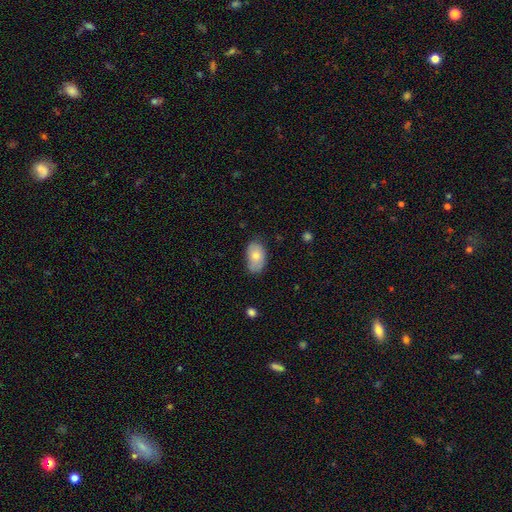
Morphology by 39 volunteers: smooth-or-featured: smooth: 64% | featured or disk: 28% | star or artifact: 8%
  how-rounded: in between: 92% | round: 4% | cigar-shaped: 4%
  merging: minor disturbance: 47% | none: 44% | major disturbance: 8% | merger: 0%